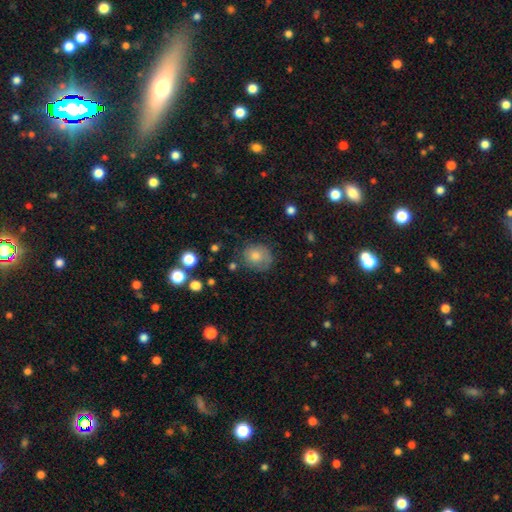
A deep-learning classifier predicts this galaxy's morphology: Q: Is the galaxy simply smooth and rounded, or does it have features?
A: smooth — 68%.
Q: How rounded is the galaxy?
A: round — 70%.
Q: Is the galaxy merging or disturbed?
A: none — 72%.